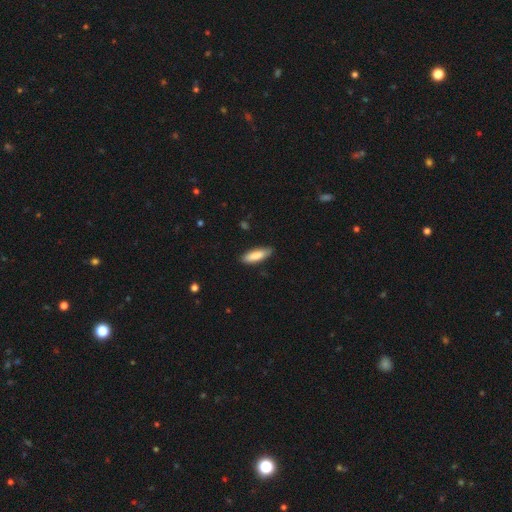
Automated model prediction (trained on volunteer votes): Smooth or featured: smooth — 84% (featured or disk — 11%)
How rounded: in between — 57% (cigar-shaped — 42%)
Merging: none — 85% (minor disturbance — 12%)